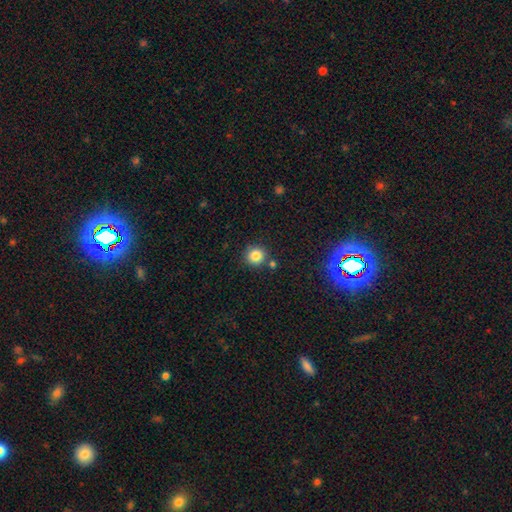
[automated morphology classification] Smooth or featured? smooth (83%)
How rounded? round (93%)
Merging? none (83%)